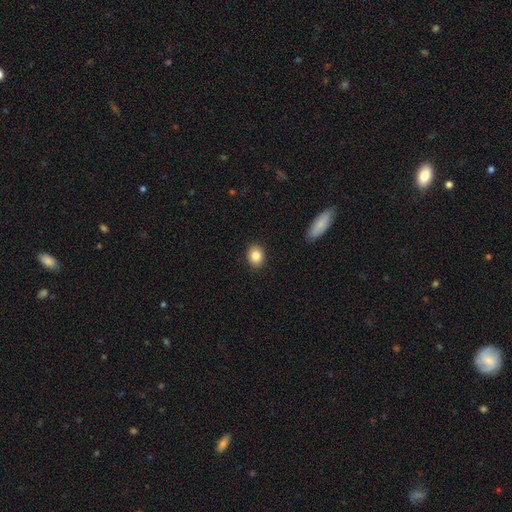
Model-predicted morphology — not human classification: A smooth galaxy with no disk features (85%) that is in between round and cigar-shaped (56%).

Vote fractions:
- Smooth or featured? smooth: 85% / star or artifact: 8% / featured or disk: 7%
- How rounded? in between: 56% / round: 43% / cigar-shaped: 1%
- Merging? none: 90% / minor disturbance: 7% / major disturbance: 2% / merger: 1%